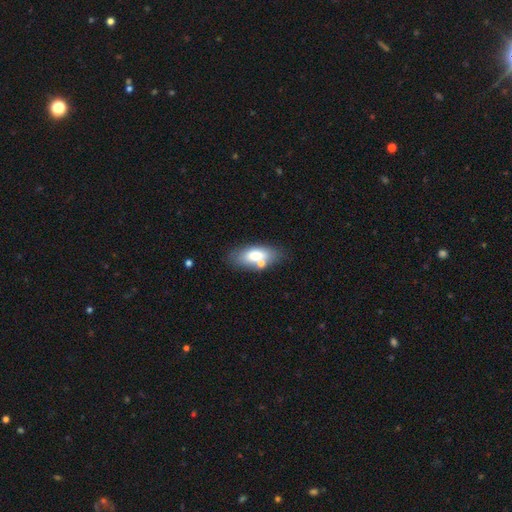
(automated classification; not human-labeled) Morphology: type=smooth (74%); roundness=in between (85%); merging=none (66%).